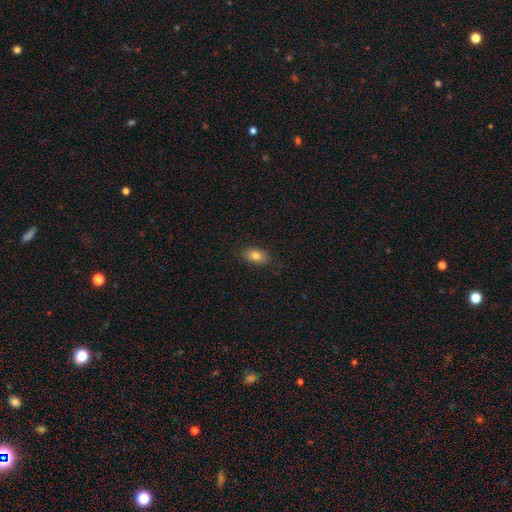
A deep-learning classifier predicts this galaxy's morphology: Smooth or featured? smooth (80%)
How rounded? in between (87%)
Merging? none (84%)